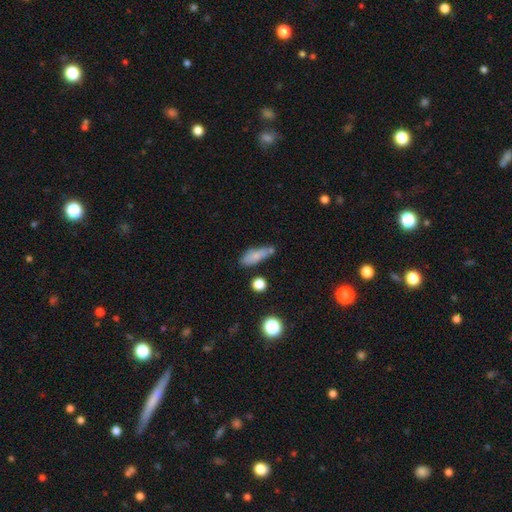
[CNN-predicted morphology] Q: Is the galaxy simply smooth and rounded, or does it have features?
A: smooth — 74%.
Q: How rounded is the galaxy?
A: in between — 52%.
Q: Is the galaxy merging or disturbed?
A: none — 53%.